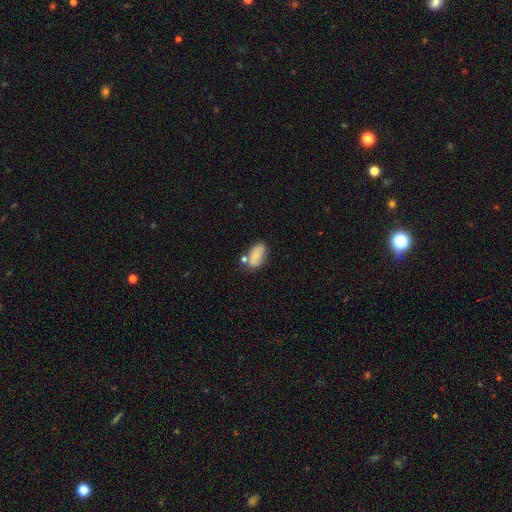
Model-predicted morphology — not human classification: type=smooth (70%); roundness=in between (91%); merging=none (57%).